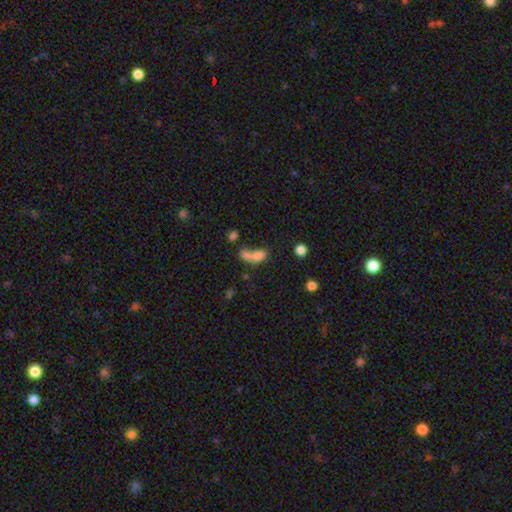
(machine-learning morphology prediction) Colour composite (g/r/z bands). It shows a smooth galaxy with no disk features (70%) that is in between round and cigar-shaped (70%). Merging: merger (56%).